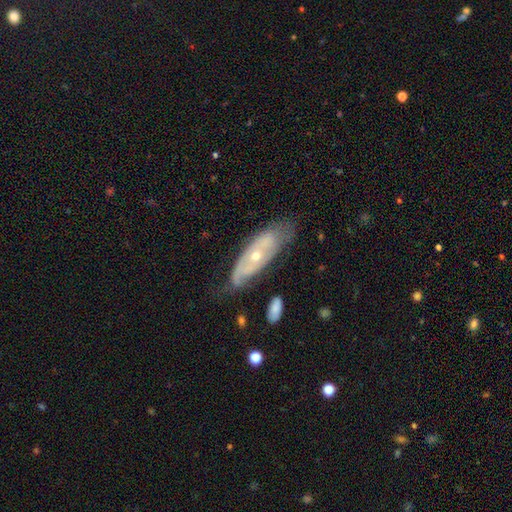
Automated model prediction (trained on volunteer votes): Morphology: type=featured or disk (71%); edge-on=no (81%); bar=no (78%); spiral arms=yes (65%); bulge=small (55%); merging=none (60%).